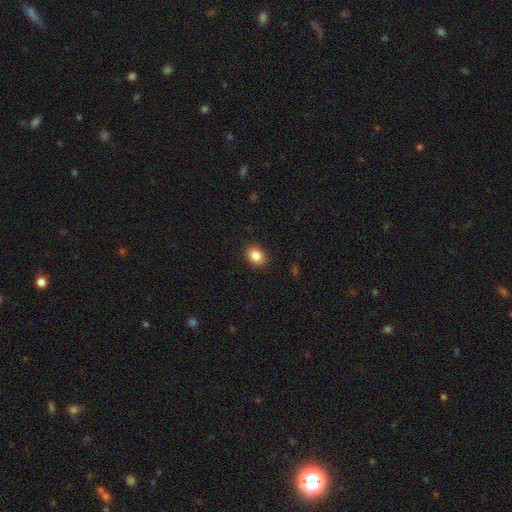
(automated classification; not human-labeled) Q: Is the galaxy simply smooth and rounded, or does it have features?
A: smooth — 86%.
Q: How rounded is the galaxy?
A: in between — 59%.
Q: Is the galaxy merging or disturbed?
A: none — 89%.